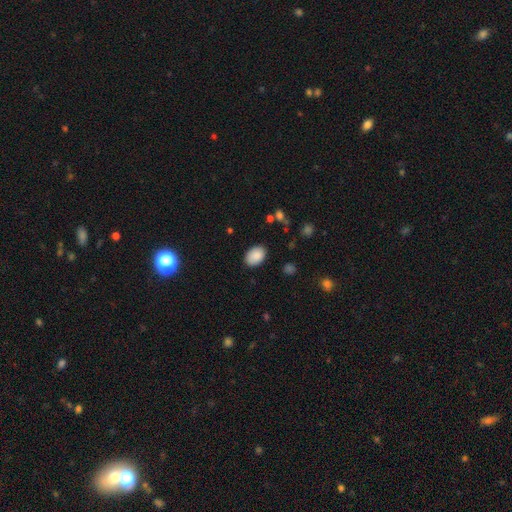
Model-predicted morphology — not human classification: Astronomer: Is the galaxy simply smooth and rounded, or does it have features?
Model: smooth — 89%.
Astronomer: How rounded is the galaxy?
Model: in between — 83%.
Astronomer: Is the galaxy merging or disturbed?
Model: none — 86%.